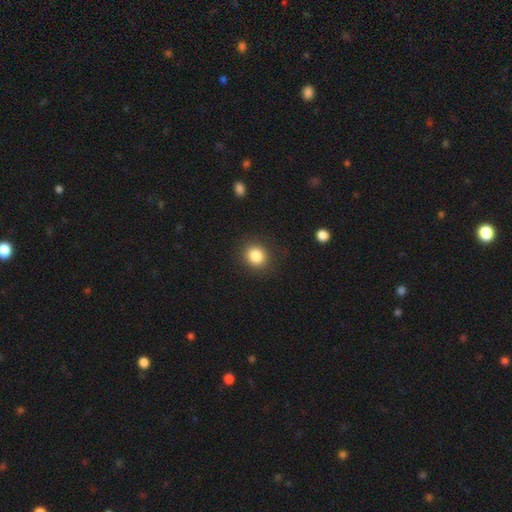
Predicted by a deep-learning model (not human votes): Smooth or featured? Predicted: smooth (p=0.85). How rounded? Predicted: round (p=0.79). Merging? Predicted: none (p=0.89).